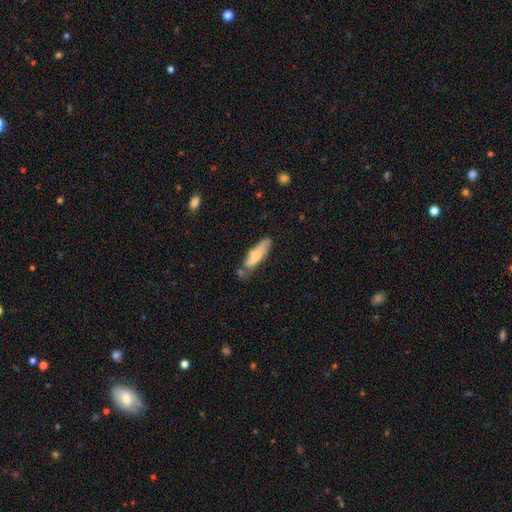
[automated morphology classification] Smooth or featured? Predicted: smooth (p=0.66). How rounded? Predicted: cigar-shaped (p=0.58). Merging? Predicted: none (p=0.55).